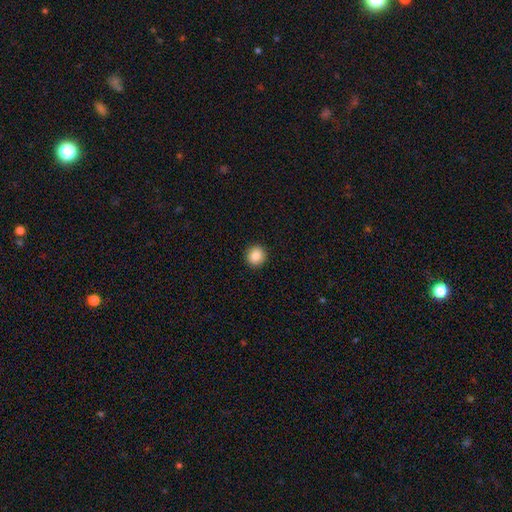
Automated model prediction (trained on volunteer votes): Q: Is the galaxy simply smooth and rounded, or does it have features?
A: smooth — 87%.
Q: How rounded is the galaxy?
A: round — 93%.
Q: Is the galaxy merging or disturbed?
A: none — 93%.